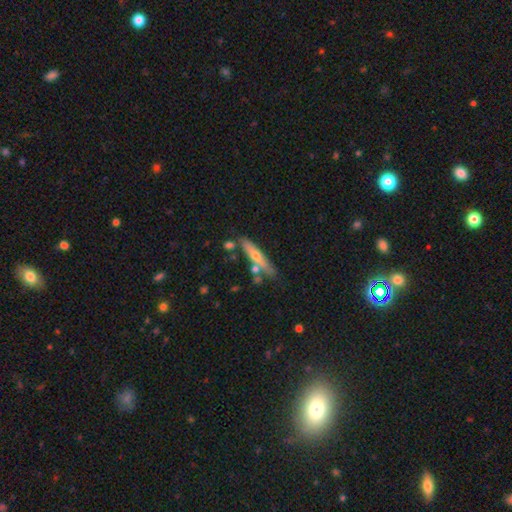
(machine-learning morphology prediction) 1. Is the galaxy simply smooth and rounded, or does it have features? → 48% smooth, 45% featured or disk, 6% star or artifact.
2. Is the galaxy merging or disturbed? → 70% none, 15% minor disturbance, 11% merger, 4% major disturbance.